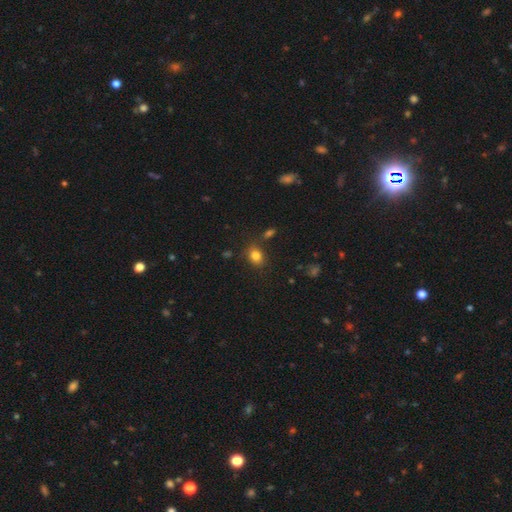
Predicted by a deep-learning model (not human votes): Smooth or featured?
  - smooth: 82% *
  - star or artifact: 12%
  - featured or disk: 7%
How rounded?
  - in between: 57% *
  - round: 42%
  - cigar-shaped: 1%
Merging?
  - none: 78% *
  - minor disturbance: 14%
  - merger: 5%
  - major disturbance: 4%